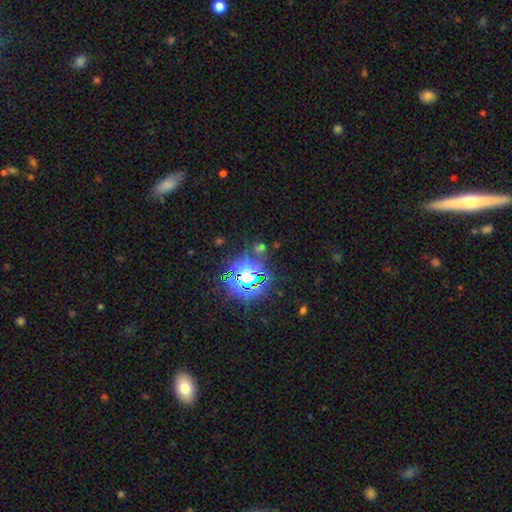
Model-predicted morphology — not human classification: Smooth or featured? Predicted: star or artifact (p=0.77).